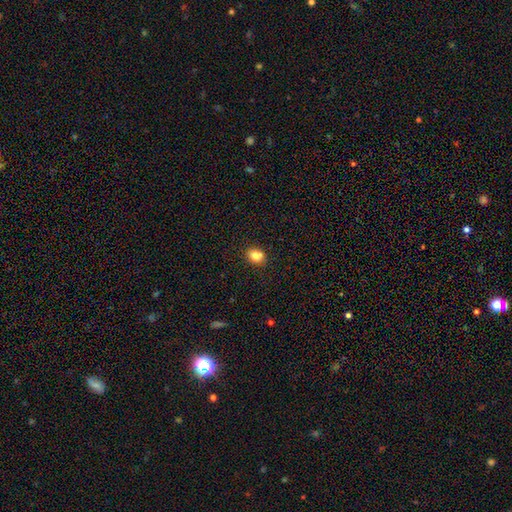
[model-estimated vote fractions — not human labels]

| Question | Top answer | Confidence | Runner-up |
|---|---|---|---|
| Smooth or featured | smooth | 81% | star or artifact (11%) |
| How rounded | round | 53% | in between (46%) |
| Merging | none | 76% | minor disturbance (13%) |